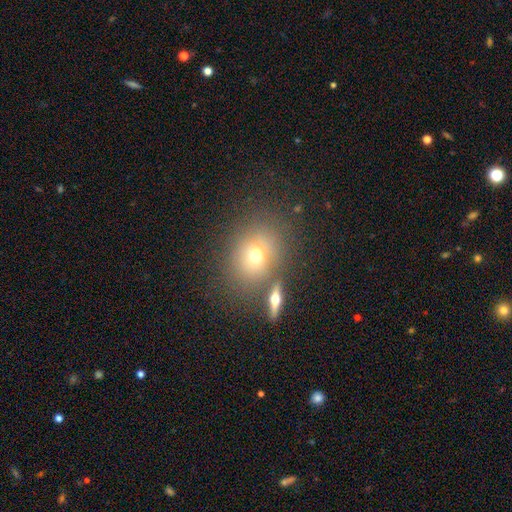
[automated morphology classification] smooth_or_featured: smooth (p=0.65) [alt: featured or disk p=0.19]
how_rounded: round (p=0.55) [alt: in between p=0.43]
merging: none (p=0.70) [alt: merger p=0.13]